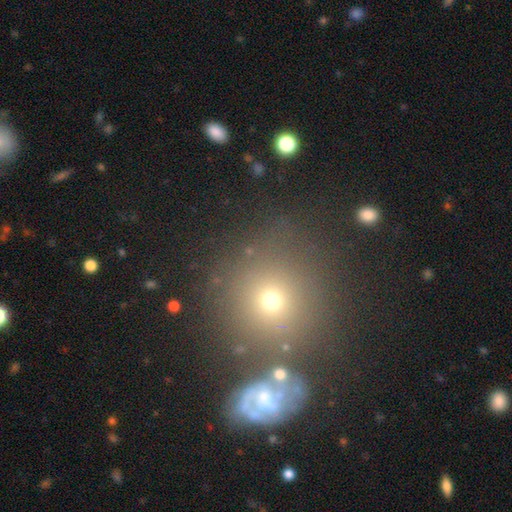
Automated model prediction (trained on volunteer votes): smooth-or-featured: smooth: 53% | star or artifact: 31% | featured or disk: 16%
  how-rounded: round: 91% | in between: 8% | cigar-shaped: 1%
  merging: none: 74% | merger: 13% | minor disturbance: 9% | major disturbance: 4%